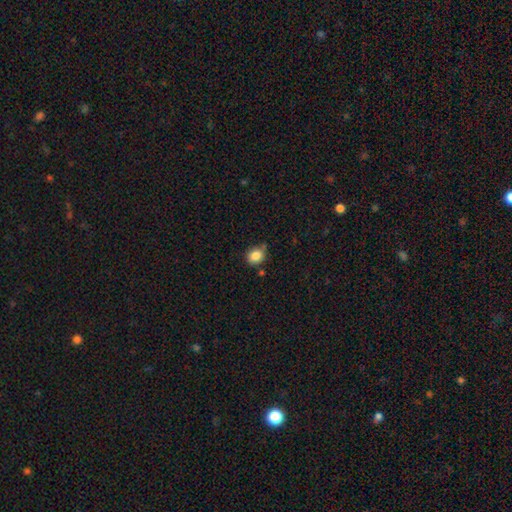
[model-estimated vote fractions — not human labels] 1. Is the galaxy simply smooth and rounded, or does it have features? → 85% smooth, 10% star or artifact, 6% featured or disk.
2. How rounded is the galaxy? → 65% round, 34% in between, 1% cigar-shaped.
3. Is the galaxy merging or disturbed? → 69% none, 21% minor disturbance, 7% merger, 4% major disturbance.